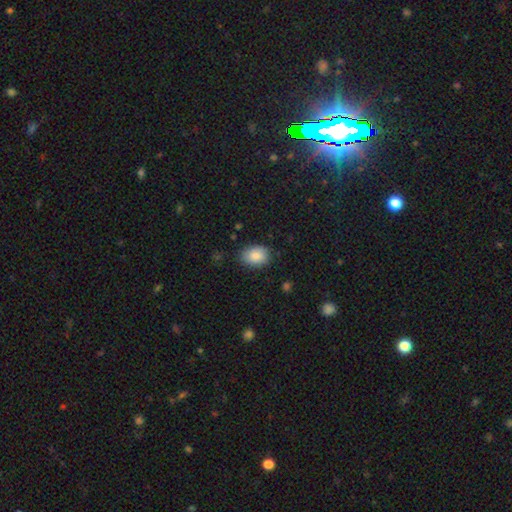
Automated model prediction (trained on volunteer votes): smooth 88%, star or artifact 7%, featured or disk 5%. Down the decision tree: how rounded — in between (74%); merging — none (82%).